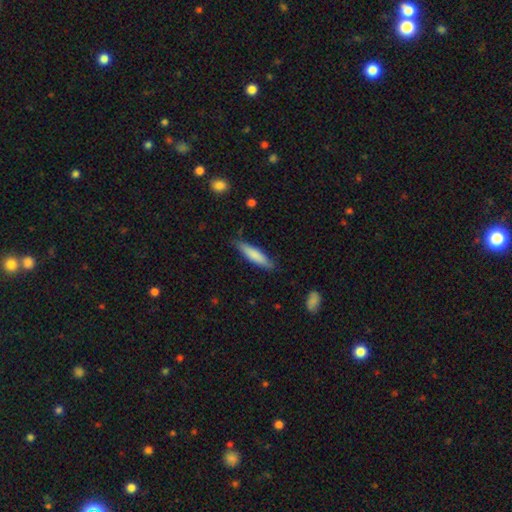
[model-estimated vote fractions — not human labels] Smooth or featured? Predicted: smooth (p=0.76). How rounded? Predicted: cigar-shaped (p=0.79). Merging? Predicted: none (p=0.82).